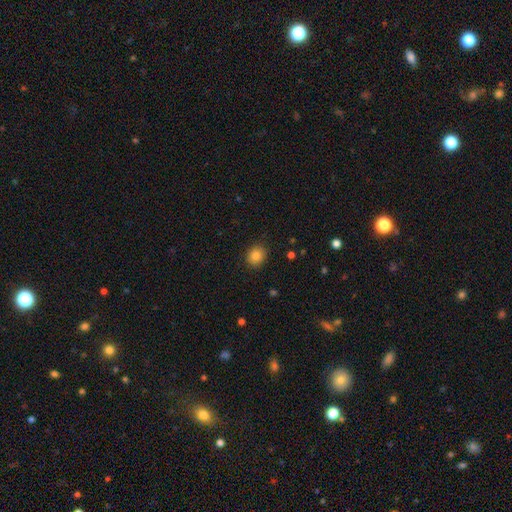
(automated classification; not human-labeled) A smooth galaxy with no disk features (84%) that is round (74%).

Vote fractions:
- Smooth or featured? smooth: 84% / star or artifact: 10% / featured or disk: 6%
- How rounded? round: 74% / in between: 25% / cigar-shaped: 1%
- Merging? none: 89% / minor disturbance: 8% / major disturbance: 2% / merger: 1%